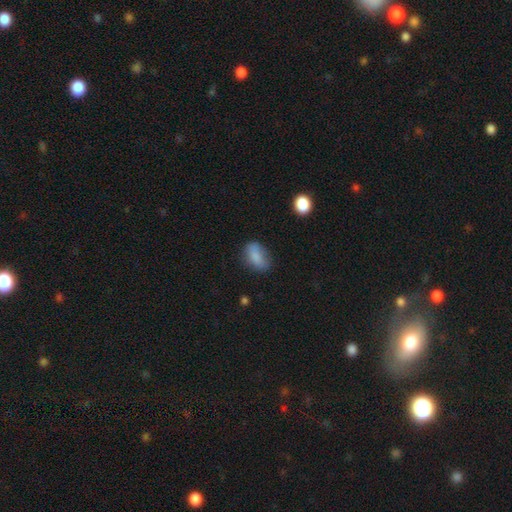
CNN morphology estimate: The model was most divided on "merging": none: 64%, minor disturbance: 26%, major disturbance: 7%, merger: 2%. More confident: how rounded — in between (88%); smooth or featured — smooth (83%).